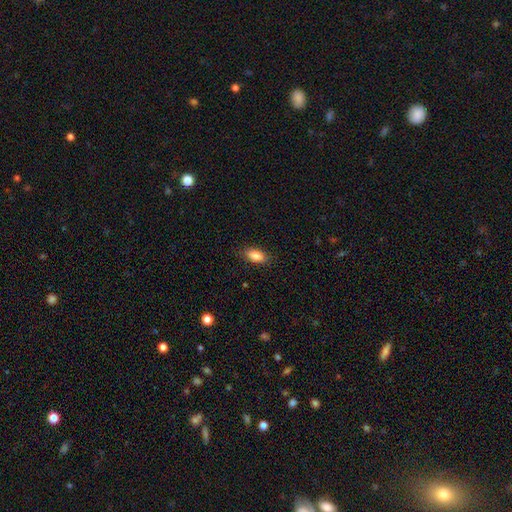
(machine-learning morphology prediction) Smooth or featured? Predicted: smooth (p=0.86). How rounded? Predicted: in between (p=0.88). Merging? Predicted: none (p=0.86).